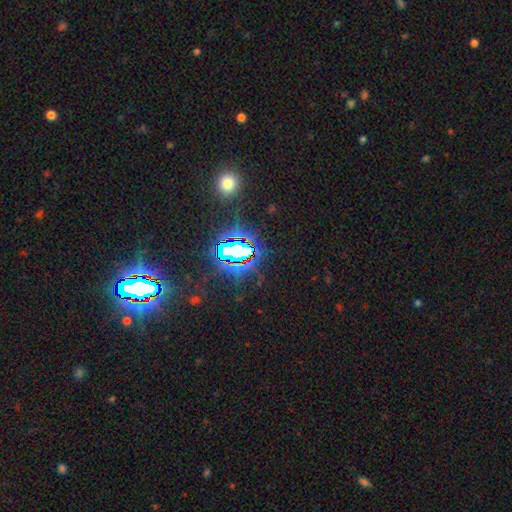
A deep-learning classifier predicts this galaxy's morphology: The model was most divided on "smooth or featured": star or artifact: 83%, smooth: 11%, featured or disk: 7%.